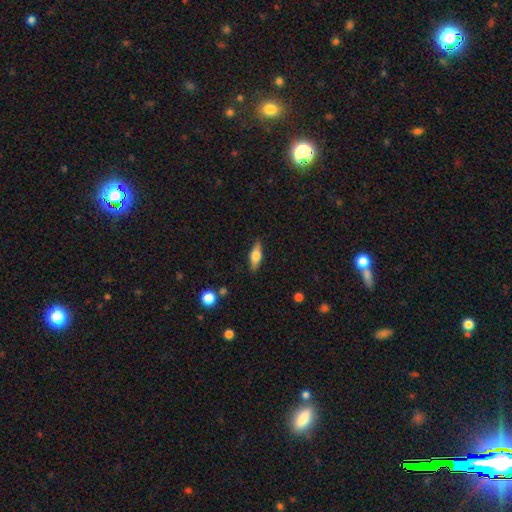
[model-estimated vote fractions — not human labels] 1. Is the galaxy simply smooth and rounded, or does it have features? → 49% smooth, 44% featured or disk, 7% star or artifact.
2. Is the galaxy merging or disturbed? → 86% none, 10% minor disturbance, 2% major disturbance, 1% merger.